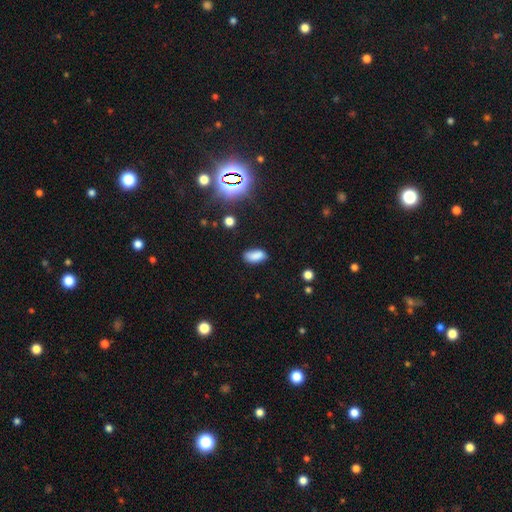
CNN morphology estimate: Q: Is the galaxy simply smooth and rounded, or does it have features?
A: smooth — 82%.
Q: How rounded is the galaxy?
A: in between — 88%.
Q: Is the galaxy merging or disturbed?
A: none — 76%.